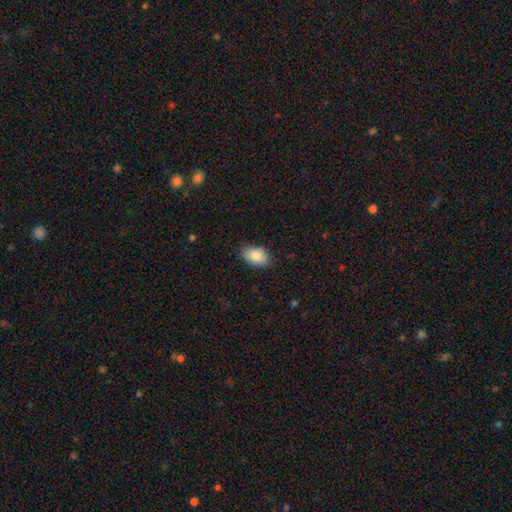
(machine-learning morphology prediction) The model was most divided on "merging": none: 85%, minor disturbance: 12%, major disturbance: 2%, merger: 1%. More confident: how rounded — in between (90%); smooth or featured — smooth (84%).